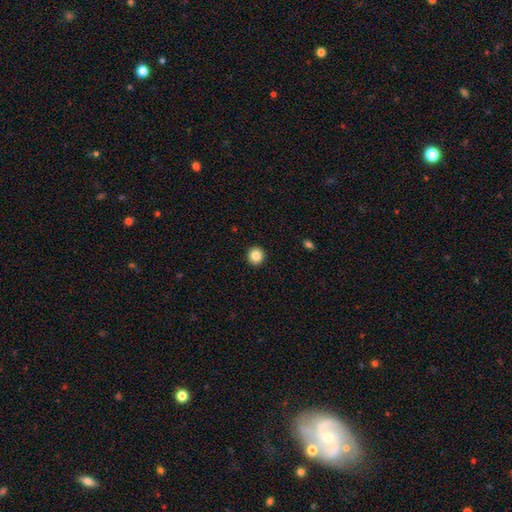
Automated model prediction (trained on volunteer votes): A smooth galaxy with no disk features (85%) that is round (93%).

Vote fractions:
- Smooth or featured? smooth: 85% / star or artifact: 10% / featured or disk: 6%
- How rounded? round: 93% / in between: 6% / cigar-shaped: 1%
- Merging? none: 93% / minor disturbance: 4% / major disturbance: 1% / merger: 1%